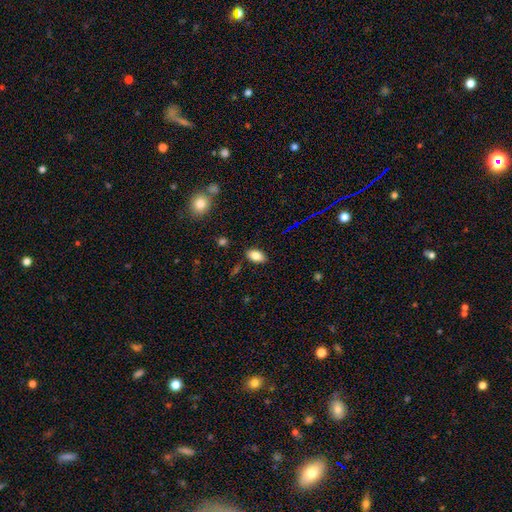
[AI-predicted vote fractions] Morphology: type=smooth (83%); roundness=in between (92%); merging=none (84%).